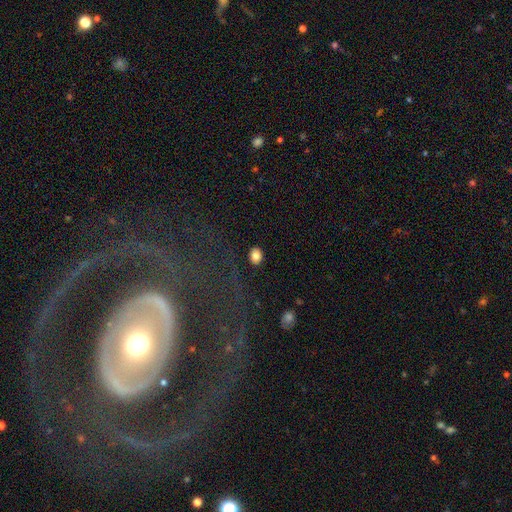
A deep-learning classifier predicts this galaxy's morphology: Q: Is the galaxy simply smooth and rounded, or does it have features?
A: smooth — 81%.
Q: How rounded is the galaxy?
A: in between — 62%.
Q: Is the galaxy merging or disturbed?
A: none — 87%.